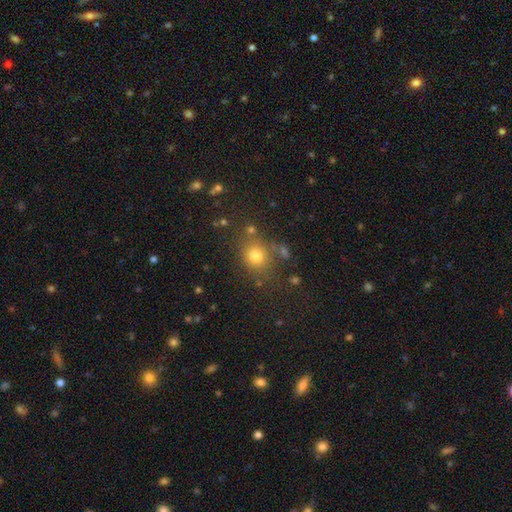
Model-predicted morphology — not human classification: Smooth or featured? Predicted: smooth (p=0.74). How rounded? Predicted: round (p=0.70). Merging? Predicted: none (p=0.73).